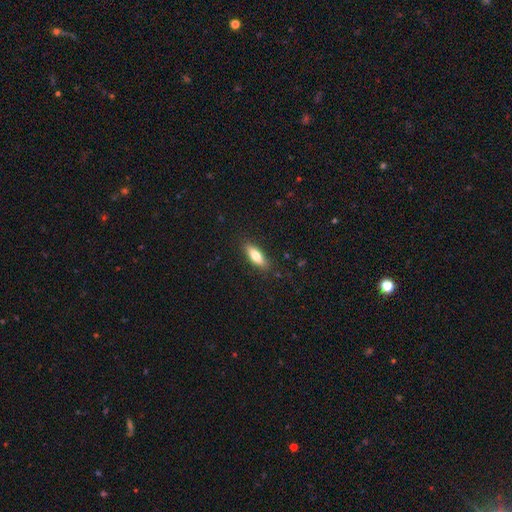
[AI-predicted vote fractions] Smooth or featured? Predicted: smooth (p=0.69). How rounded? Predicted: in between (p=0.58). Merging? Predicted: none (p=0.87).